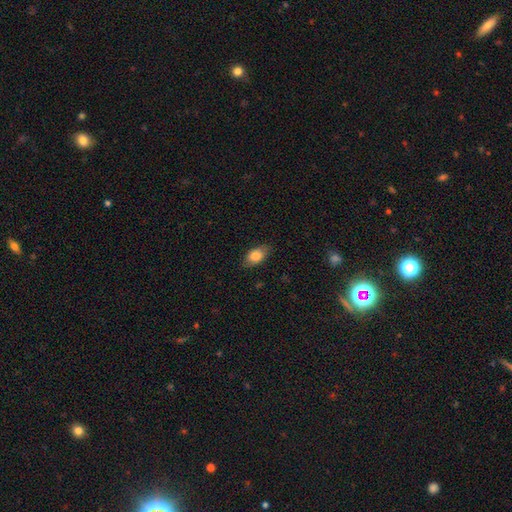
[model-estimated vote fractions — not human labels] Smooth or featured? smooth (83%)
How rounded? in between (89%)
Merging? none (81%)